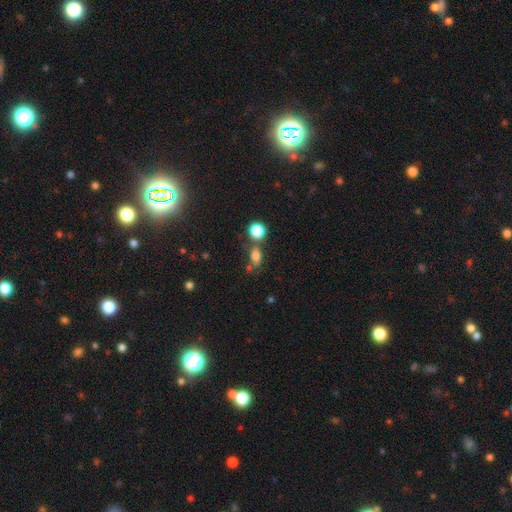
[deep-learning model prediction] smooth 75%, star or artifact 15%, featured or disk 10%. Down the decision tree: how rounded — in between (69%); merging — none (56%).